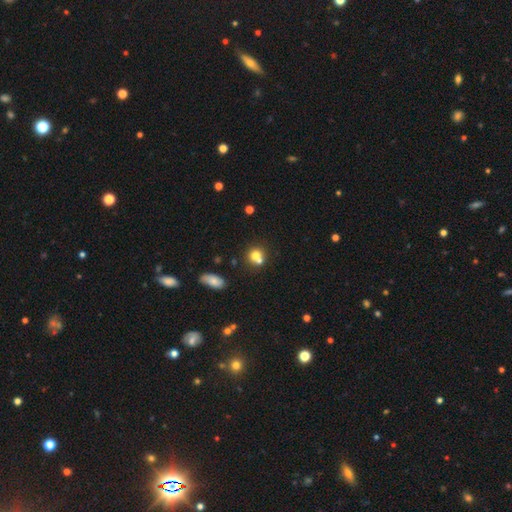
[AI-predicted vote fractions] Smooth or featured? smooth (71%)
How rounded? round (82%)
Merging? none (45%)